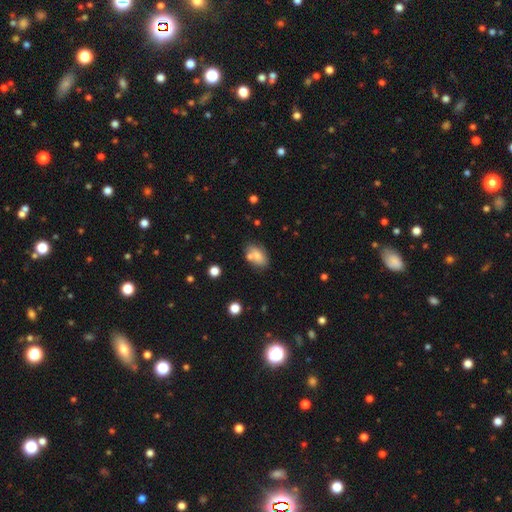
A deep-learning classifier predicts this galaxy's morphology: Overall: smooth (74%). How rounded: in between (87%). Merging: none (59%; merger 20%).